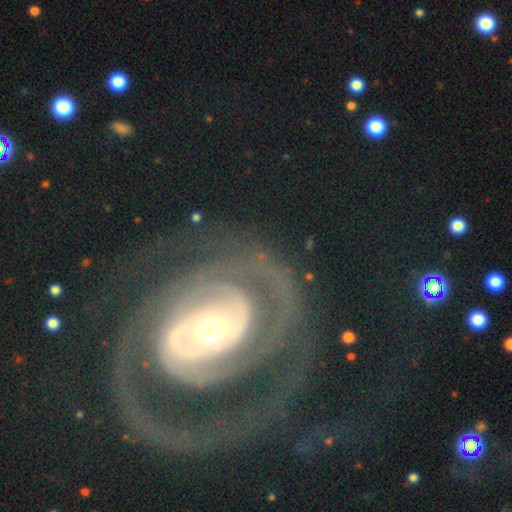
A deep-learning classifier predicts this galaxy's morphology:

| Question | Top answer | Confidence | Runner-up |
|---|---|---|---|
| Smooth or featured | featured or disk | 87% | smooth (7%) |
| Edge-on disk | no | 97% | yes (3%) |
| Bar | no | 62% | weak (23%) |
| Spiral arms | yes | 90% | no (10%) |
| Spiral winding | tight | 65% | medium (25%) |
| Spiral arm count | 2 | 47% | can't tell (22%) |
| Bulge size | moderate | 62% | small (27%) |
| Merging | none | 60% | major disturbance (21%) |